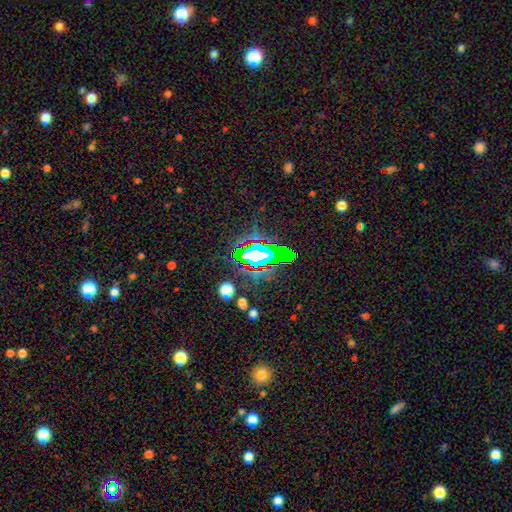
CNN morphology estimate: A star or artifact, not a galaxy (69%).

Vote fractions:
- Smooth or featured? star or artifact: 69% / smooth: 16% / featured or disk: 15%